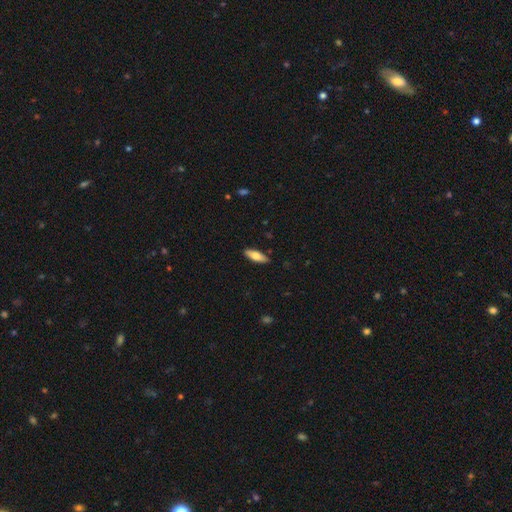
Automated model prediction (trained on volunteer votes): smooth-or-featured: smooth: 71% | featured or disk: 23% | star or artifact: 6%
  how-rounded: in between: 63% | cigar-shaped: 35% | round: 2%
  merging: none: 89% | minor disturbance: 9% | major disturbance: 2% | merger: 1%